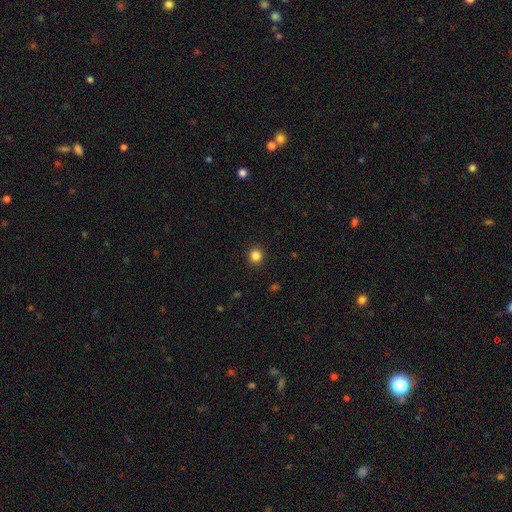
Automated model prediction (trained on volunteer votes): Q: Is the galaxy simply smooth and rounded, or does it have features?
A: smooth — 84%.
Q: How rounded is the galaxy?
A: round — 92%.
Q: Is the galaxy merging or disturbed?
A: none — 92%.